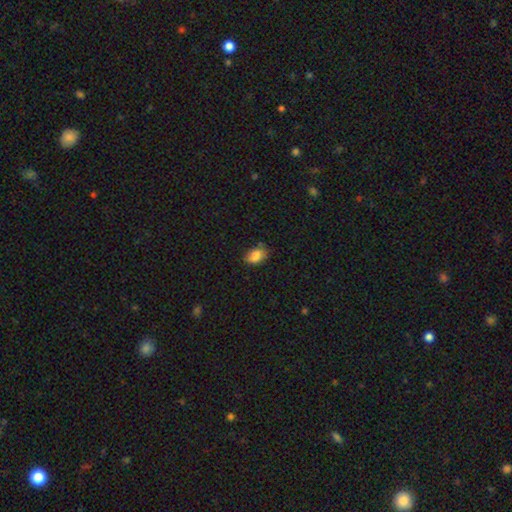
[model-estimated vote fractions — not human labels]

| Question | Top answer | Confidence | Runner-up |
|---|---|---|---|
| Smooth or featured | smooth | 82% | featured or disk (9%) |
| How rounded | in between | 81% | round (17%) |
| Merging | none | 69% | minor disturbance (24%) |